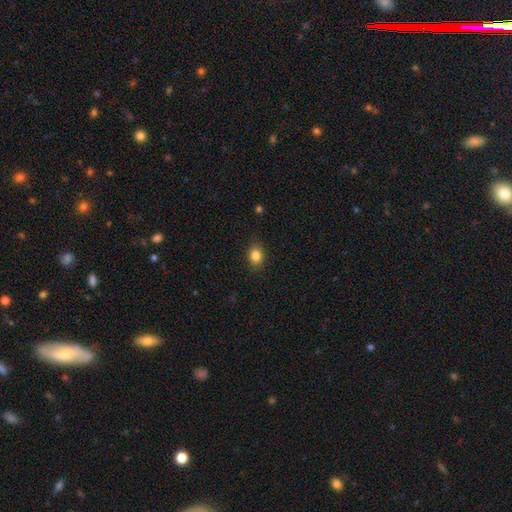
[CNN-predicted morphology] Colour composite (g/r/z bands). It shows a smooth galaxy with no disk features (84%) that is in between round and cigar-shaped (56%). Merging: none (87%).